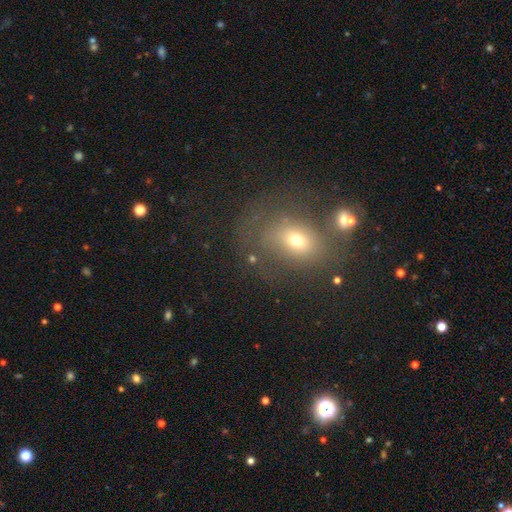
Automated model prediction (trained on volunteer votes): Smooth or featured? smooth (55%)
How rounded? in between (54%)
Merging? none (59%)